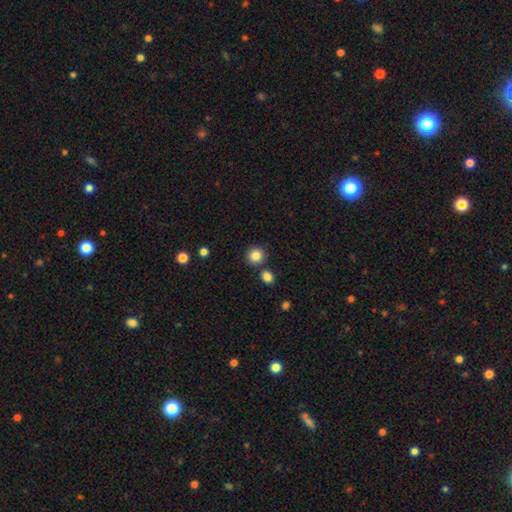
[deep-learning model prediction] smooth 85%, star or artifact 10%, featured or disk 5%. Down the decision tree: how rounded — round (90%); merging — none (81%).